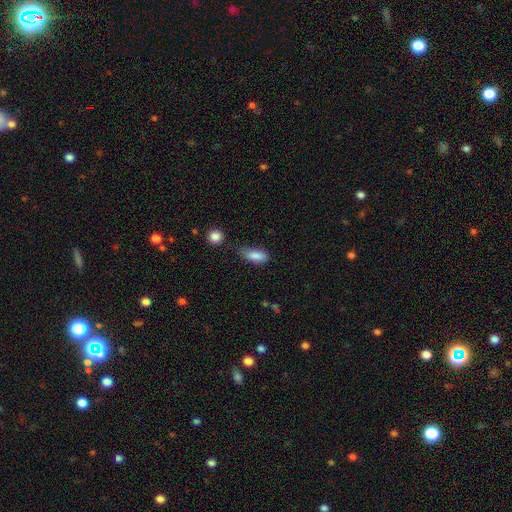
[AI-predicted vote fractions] Morphology: type=smooth (86%); roundness=in between (82%); merging=none (53%).